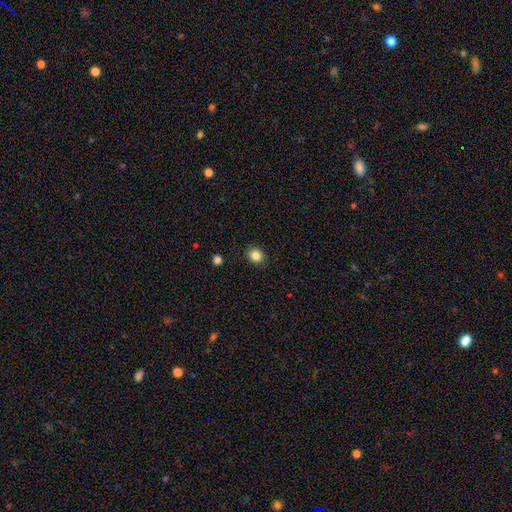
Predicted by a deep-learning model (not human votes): Smooth or featured? smooth (85%)
How rounded? round (63%)
Merging? none (89%)